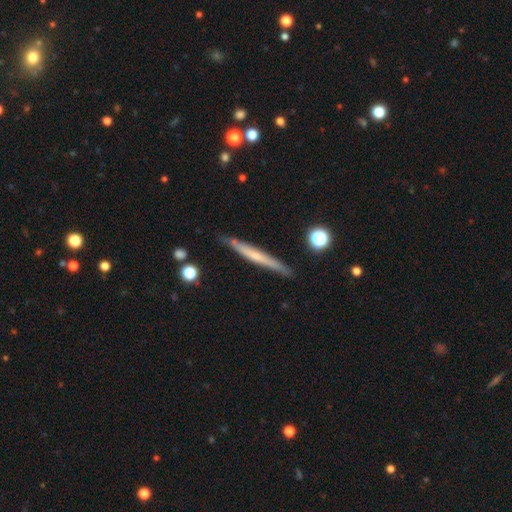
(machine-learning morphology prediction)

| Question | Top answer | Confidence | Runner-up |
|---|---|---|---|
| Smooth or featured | featured or disk | 52% | smooth (42%) |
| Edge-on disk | yes | 95% | no (5%) |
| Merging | none | 86% | minor disturbance (10%) |